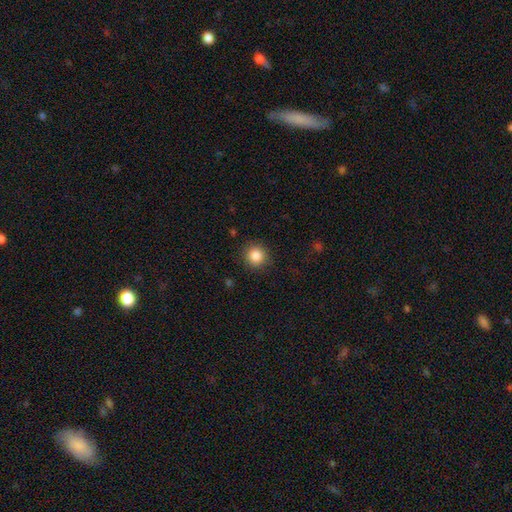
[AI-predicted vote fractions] Overall: smooth (86%). How rounded: round (92%). Merging: none (89%).